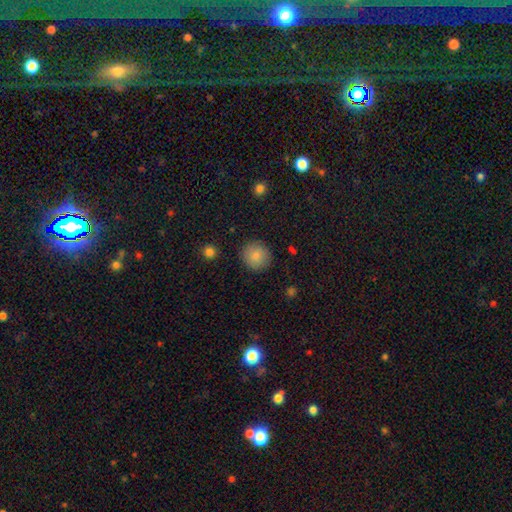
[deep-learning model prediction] This appears to be a smooth galaxy with no disk features (84%) that is round (93%). Merging: none (90%).